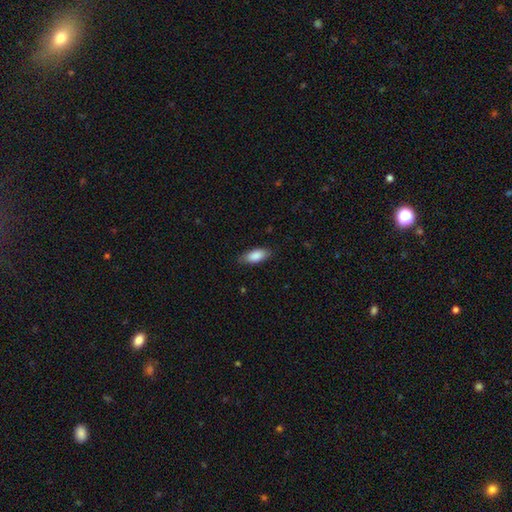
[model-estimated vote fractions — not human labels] This appears to be a smooth galaxy with no disk features (87%) that is in between round and cigar-shaped (85%). Merging: none (82%).